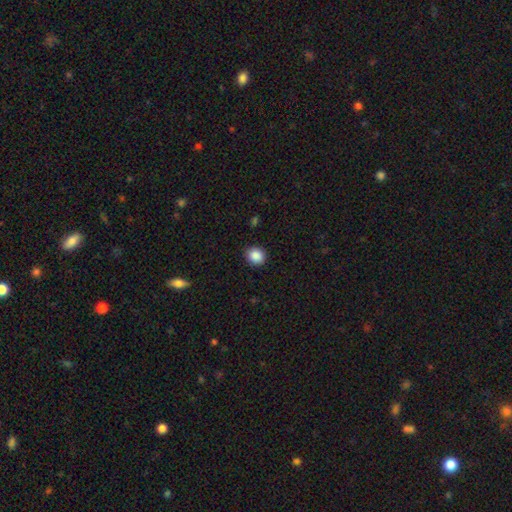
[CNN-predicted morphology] Q: Smooth or featured?
A: smooth (88%); runner-up: star or artifact (9%)
Q: How rounded?
A: round (73%); runner-up: in between (26%)
Q: Merging?
A: none (90%); runner-up: minor disturbance (7%)